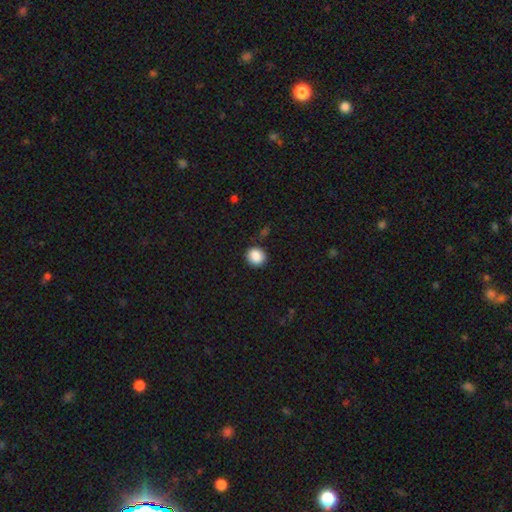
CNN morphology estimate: The model was most divided on "how rounded": round: 84%, in between: 15%, cigar-shaped: 1%. More confident: smooth or featured — smooth (88%); merging — none (87%).